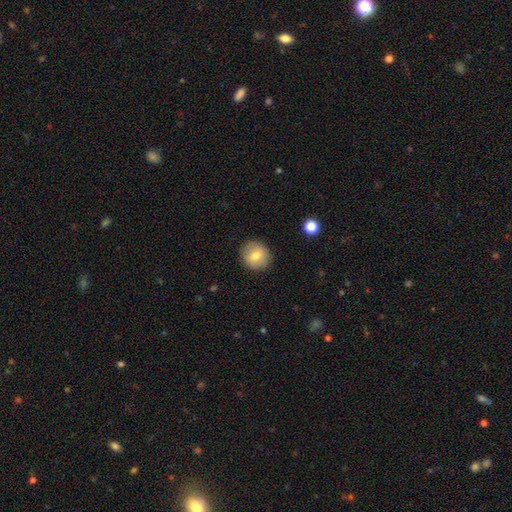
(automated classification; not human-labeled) Smooth or featured?
  - smooth: 75% *
  - featured or disk: 17%
  - star or artifact: 8%
How rounded?
  - round: 88% *
  - in between: 11%
  - cigar-shaped: 1%
Merging?
  - none: 89% *
  - minor disturbance: 8%
  - major disturbance: 2%
  - merger: 1%